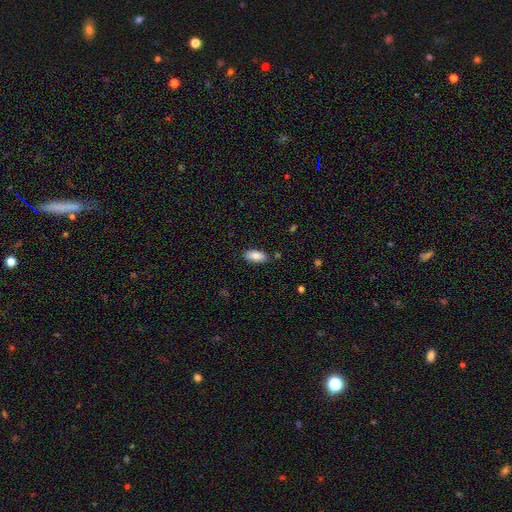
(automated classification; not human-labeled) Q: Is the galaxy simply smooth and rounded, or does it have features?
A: smooth — 86%.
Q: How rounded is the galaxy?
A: in between — 89%.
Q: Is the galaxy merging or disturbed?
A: none — 85%.